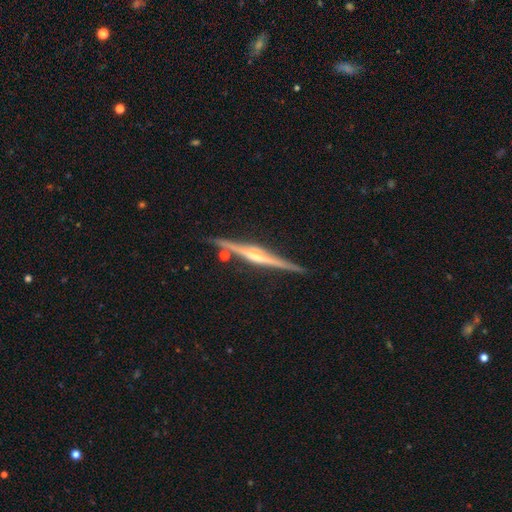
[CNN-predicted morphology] Q: Smooth or featured?
A: featured or disk (84%); runner-up: smooth (10%)
Q: Edge-on disk?
A: yes (98%); runner-up: no (2%)
Q: Edge-on bulge?
A: rounded (75%); runner-up: boxy (13%)
Q: Merging?
A: none (87%); runner-up: minor disturbance (8%)